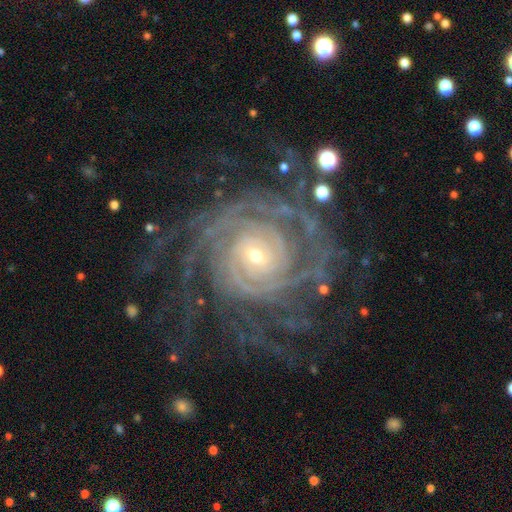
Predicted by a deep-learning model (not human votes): Q: Smooth or featured?
A: featured or disk (91%); runner-up: star or artifact (5%)
Q: Edge-on disk?
A: no (98%); runner-up: yes (2%)
Q: Bar?
A: no (67%); runner-up: weak (23%)
Q: Spiral arms?
A: yes (98%); runner-up: no (2%)
Q: Spiral winding?
A: tight (78%); runner-up: medium (18%)
Q: Spiral arm count?
A: can't tell (25%); runner-up: more than 4 (20%)
Q: Bulge size?
A: small (72%); runner-up: moderate (24%)
Q: Merging?
A: none (68%); runner-up: minor disturbance (16%)